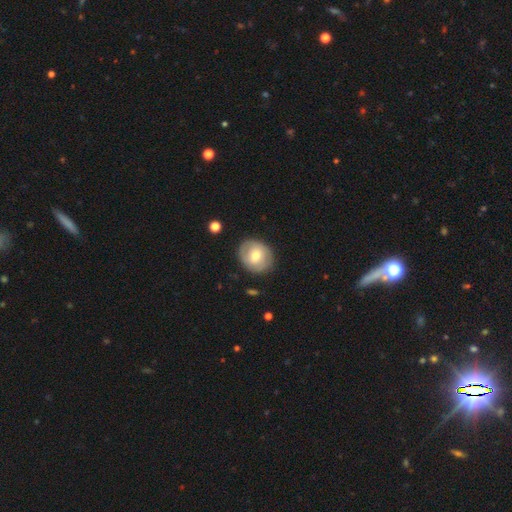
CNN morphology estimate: smooth_or_featured: smooth (p=0.56) [alt: featured or disk p=0.37]
how_rounded: round (p=0.66) [alt: in between p=0.33]
merging: none (p=0.81) [alt: minor disturbance p=0.13]